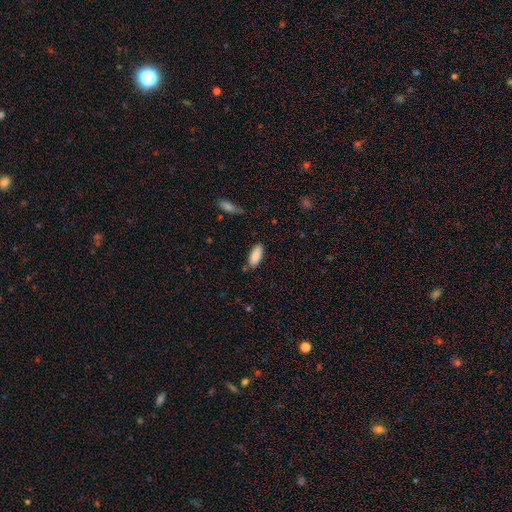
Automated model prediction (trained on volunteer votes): The model was most divided on "merging": none: 76%, minor disturbance: 17%, merger: 3%, major disturbance: 3%. More confident: smooth or featured — smooth (88%); how rounded — in between (82%).